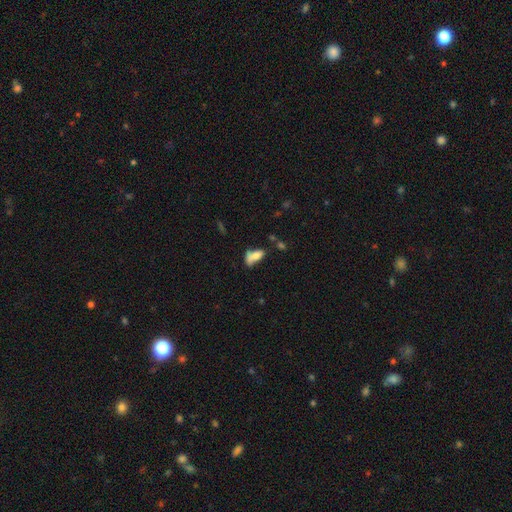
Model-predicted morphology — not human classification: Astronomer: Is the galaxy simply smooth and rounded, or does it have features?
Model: smooth — 68%.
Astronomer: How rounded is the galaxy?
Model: in between — 82%.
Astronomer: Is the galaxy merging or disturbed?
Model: merger — 32% (runner-up: none, 26%).